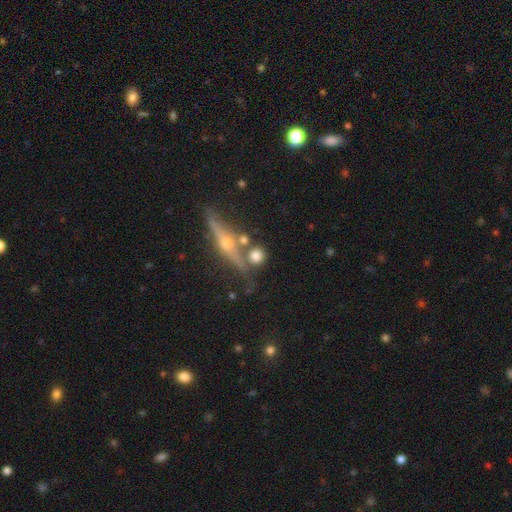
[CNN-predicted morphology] type=smooth (60%); roundness=round (83%); merging=none (69%).